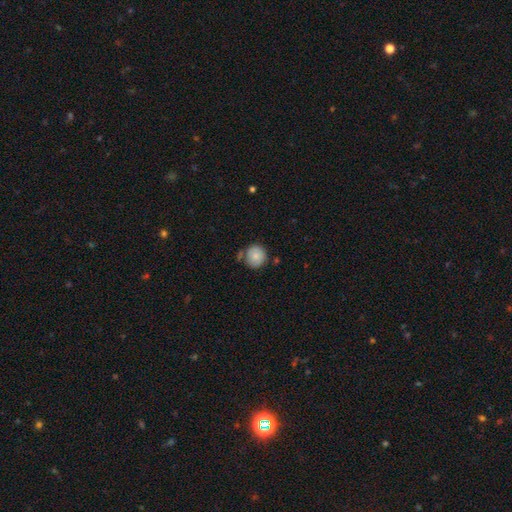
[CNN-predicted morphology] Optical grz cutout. It shows a smooth galaxy with no disk features (79%) that is round (91%). Merging: none (68%).